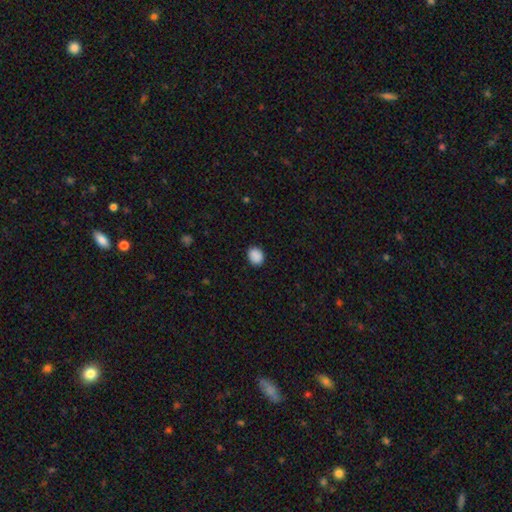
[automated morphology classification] This appears to be a smooth galaxy with no disk features (89%) that is round (54%). Merging: none (88%).